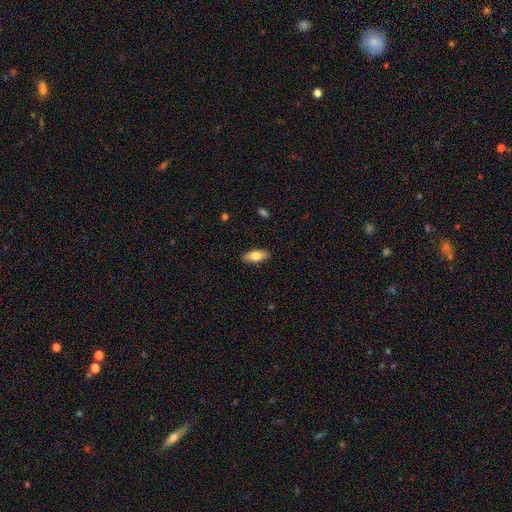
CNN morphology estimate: The model was most divided on "smooth or featured": smooth: 78%, featured or disk: 16%, star or artifact: 6%. More confident: merging — none (89%); how rounded — in between (84%).